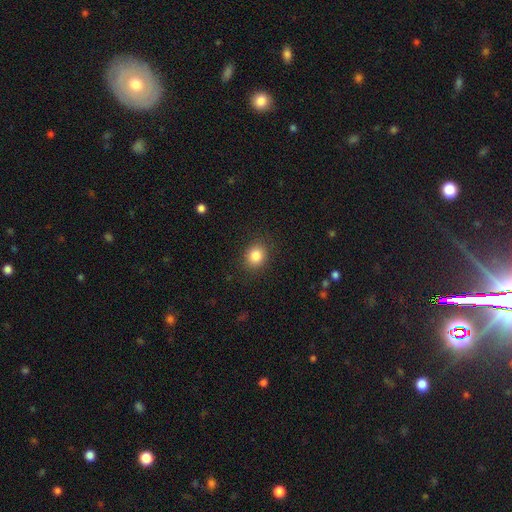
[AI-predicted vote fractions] Overall: smooth (85%). How rounded: round (67%; in between 32%). Merging: none (88%).